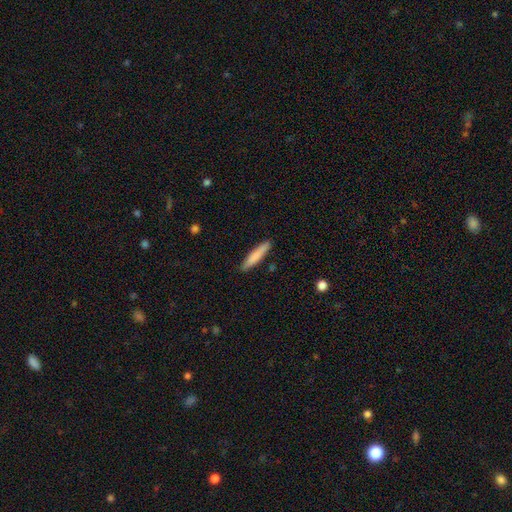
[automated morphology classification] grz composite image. It shows a smooth galaxy with no disk features (79%) that is cigar-shaped (90%). Merging: none (88%).